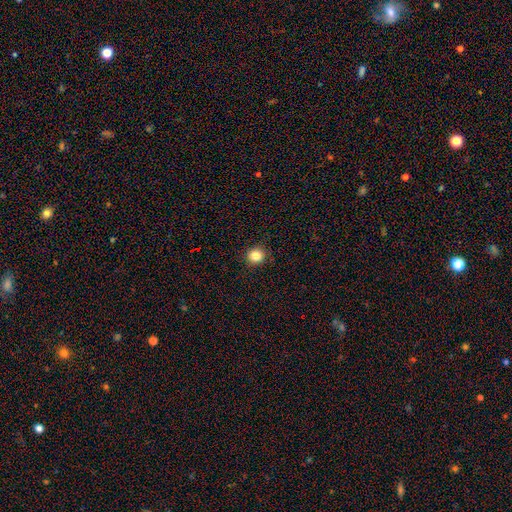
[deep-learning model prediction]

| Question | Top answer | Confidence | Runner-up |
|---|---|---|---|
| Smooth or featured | smooth | 85% | star or artifact (11%) |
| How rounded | round | 90% | in between (9%) |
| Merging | none | 91% | minor disturbance (6%) |